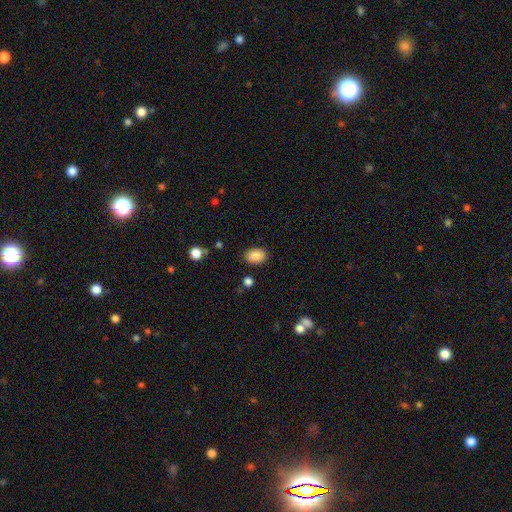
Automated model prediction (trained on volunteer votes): A smooth galaxy with no disk features (87%) that is in between round and cigar-shaped (76%). Merging: none (85%).